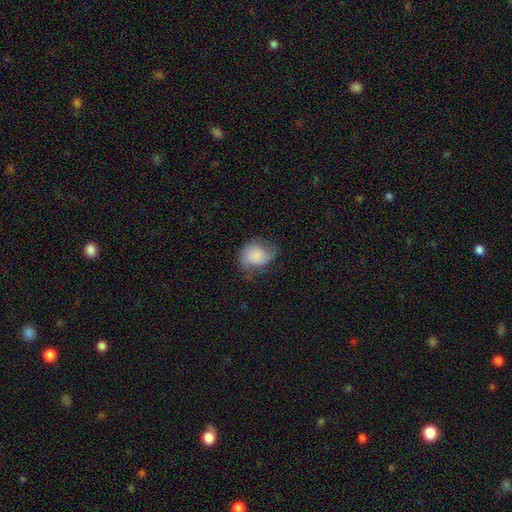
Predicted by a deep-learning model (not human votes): The model was most divided on "how rounded": round: 51%, in between: 48%, cigar-shaped: 1%. Remaining: smooth or featured — smooth (62%); merging — none (49%).